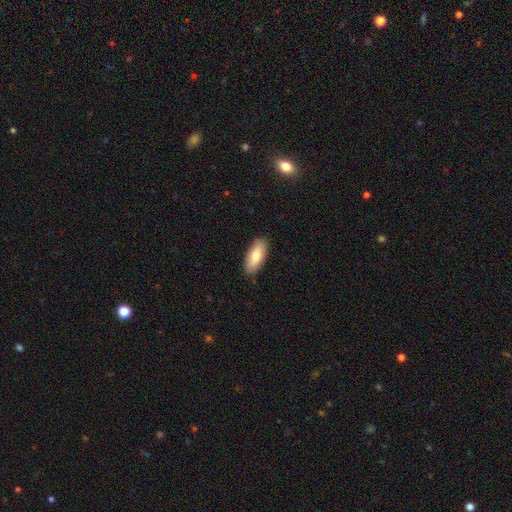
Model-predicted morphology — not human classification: A smooth galaxy with no disk features (79%) that is in between round and cigar-shaped (82%).

Vote fractions:
- Smooth or featured? smooth: 79% / featured or disk: 16% / star or artifact: 6%
- How rounded? in between: 82% / cigar-shaped: 15% / round: 2%
- Merging? none: 89% / minor disturbance: 9% / major disturbance: 2% / merger: 1%